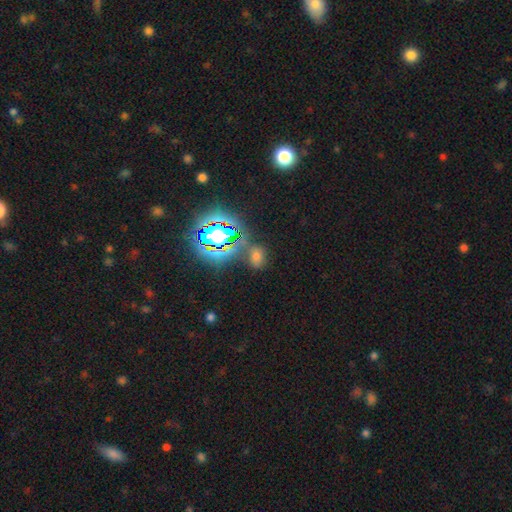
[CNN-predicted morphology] smooth-or-featured: smooth: 45% | star or artifact: 44% | featured or disk: 11%
  merging: none: 72% | minor disturbance: 14% | merger: 8% | major disturbance: 6%